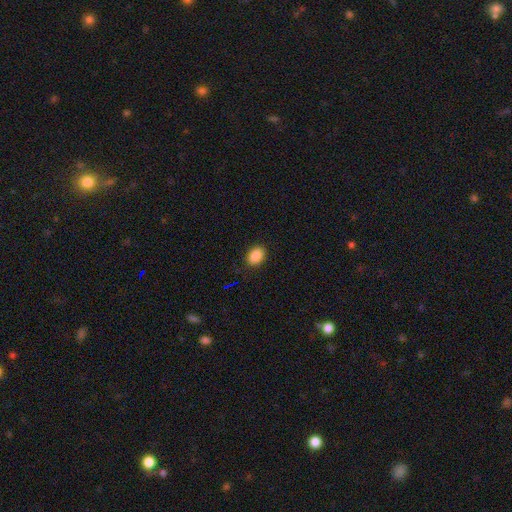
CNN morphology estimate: Smooth or featured: smooth — 88% (star or artifact — 9%)
How rounded: in between — 73% (round — 26%)
Merging: none — 89% (minor disturbance — 8%)